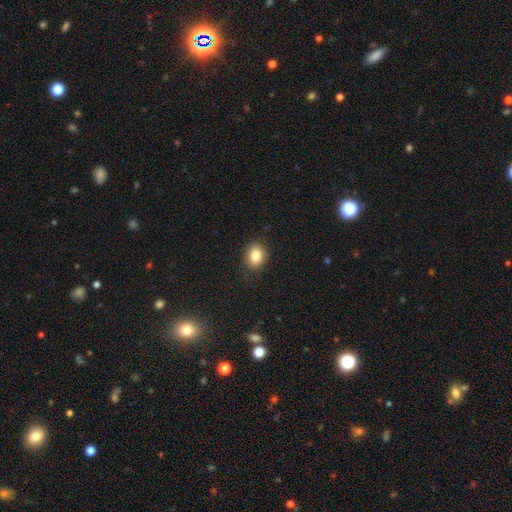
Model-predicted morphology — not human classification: smooth-or-featured: smooth: 84% | star or artifact: 10% | featured or disk: 6%
  how-rounded: round: 56% | in between: 43% | cigar-shaped: 1%
  merging: none: 88% | minor disturbance: 9% | major disturbance: 2% | merger: 1%